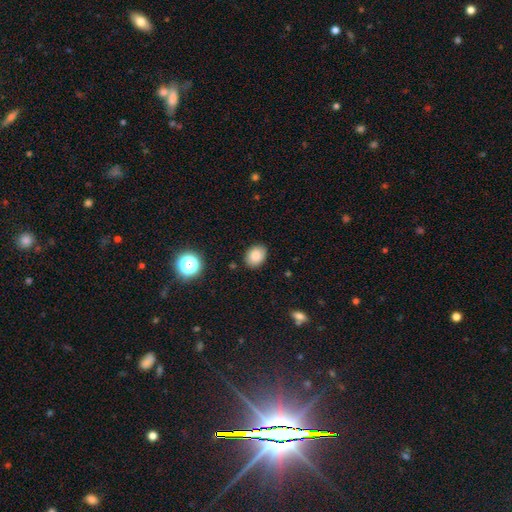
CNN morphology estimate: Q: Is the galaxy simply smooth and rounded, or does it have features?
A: smooth — 84%.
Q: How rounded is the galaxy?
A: in between — 65%.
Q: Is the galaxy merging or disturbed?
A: none — 87%.